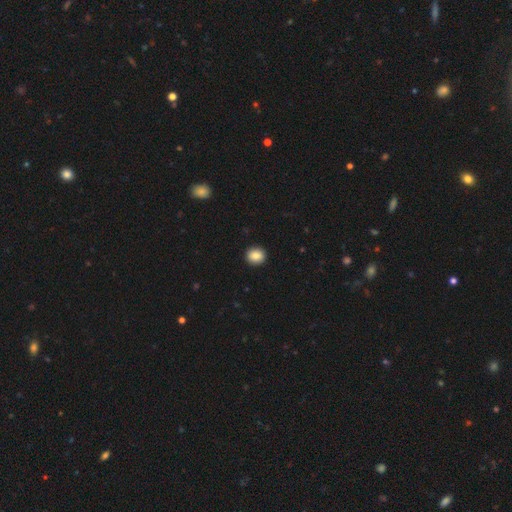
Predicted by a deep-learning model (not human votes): This is clearly a smooth galaxy (87%). How rounded: clearly round (82%). Merging: clearly none (93%).